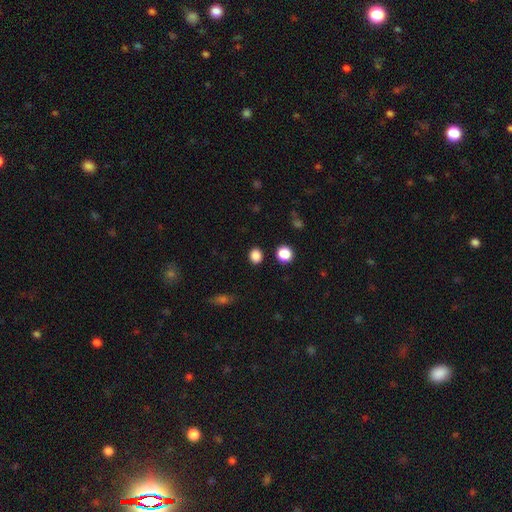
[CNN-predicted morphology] type=smooth (85%); roundness=round (73%); merging=none (89%).